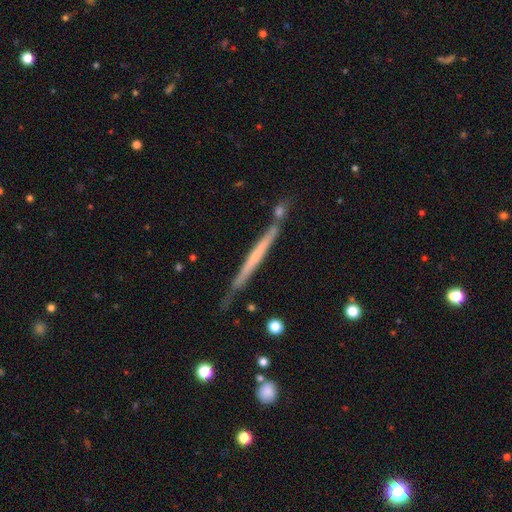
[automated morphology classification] Smooth or featured?
  - featured or disk: 59% *
  - smooth: 35%
  - star or artifact: 6%
Edge-on disk?
  - yes: 97% *
  - no: 3%
Edge-on bulge?
  - none: 82% *
  - rounded: 12%
  - boxy: 6%
Merging?
  - none: 75% *
  - minor disturbance: 15%
  - merger: 7%
  - major disturbance: 3%